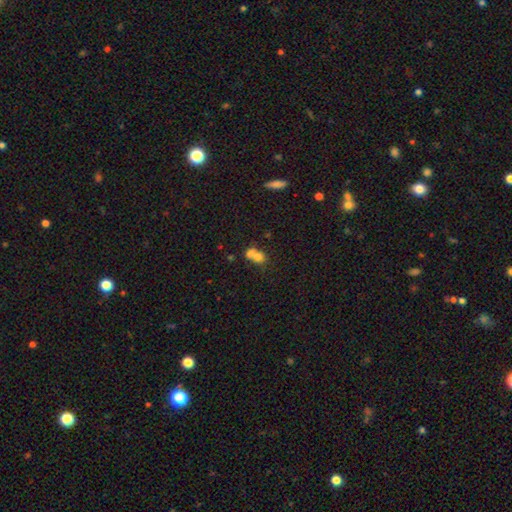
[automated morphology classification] This is likely a smooth galaxy (71%). How rounded: likely round (68%). Merging: likely merger (66%).